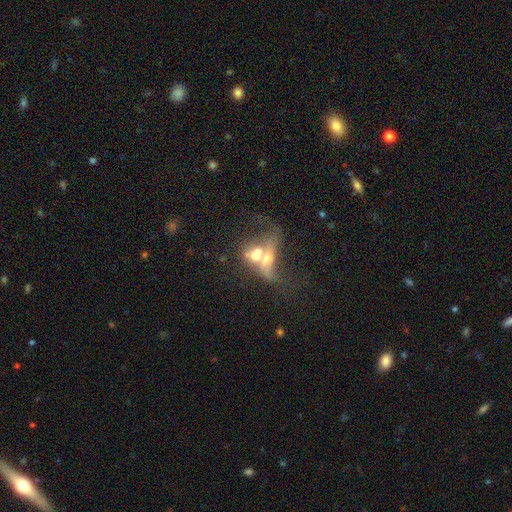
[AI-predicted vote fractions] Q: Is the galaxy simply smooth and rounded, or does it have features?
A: featured or disk — 48%.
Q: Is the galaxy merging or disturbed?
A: merger — 73%.